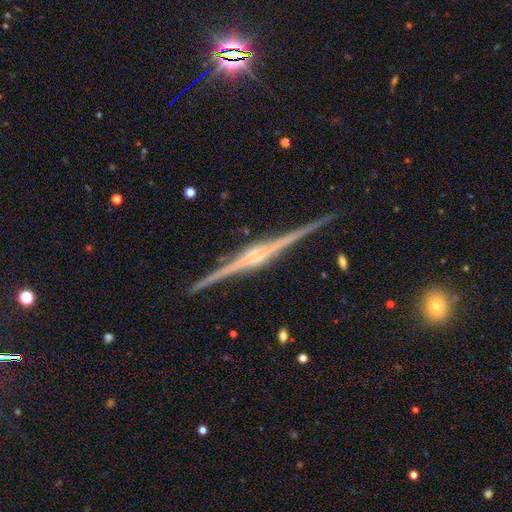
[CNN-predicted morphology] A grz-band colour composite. It shows a featured or disk galaxy (90%) viewed edge-on (99%) with a rounded central bulge (60%). Merging: none (92%).